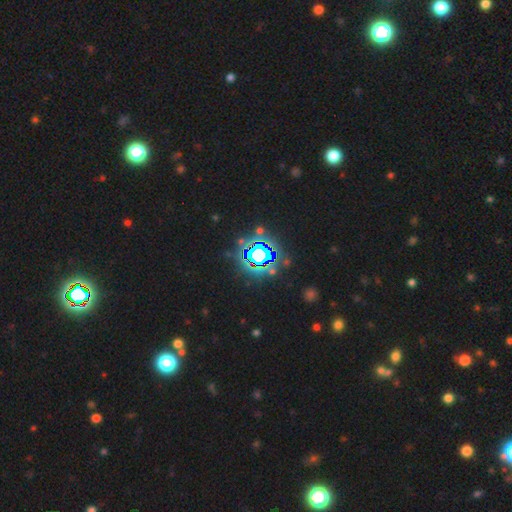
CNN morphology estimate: The model was most divided on "smooth or featured": star or artifact: 81%, smooth: 12%, featured or disk: 8%.